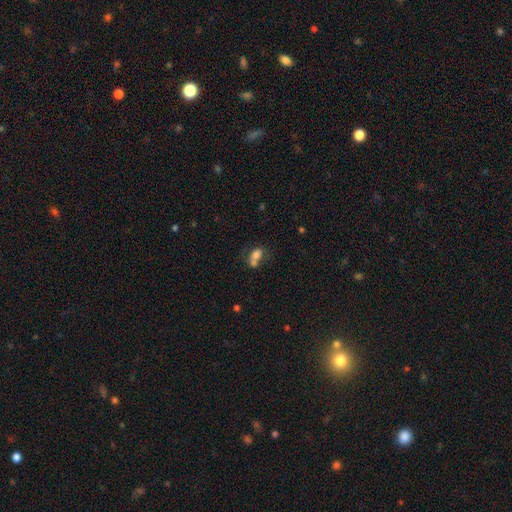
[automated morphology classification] This appears to be a smooth galaxy with no disk features (72%) that is in between round and cigar-shaped (77%). Merging: merger (52%).